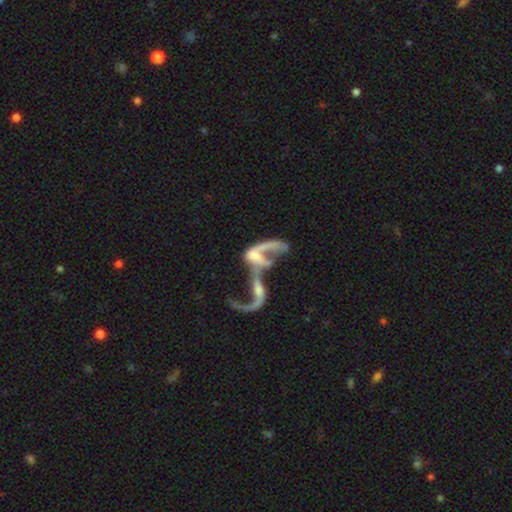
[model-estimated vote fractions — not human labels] smooth-or-featured: featured or disk: 69% | smooth: 20% | star or artifact: 11%
  disk-edge-on: no: 92% | yes: 8%
    bar: no: 67% | weak: 22% | strong: 11%
    has-spiral-arms: no: 51% | yes: 49%
    bulge-size: none: 43% | small: 25% | moderate: 24% | large: 6% | dominant: 2%
  merging: merger: 63% | major disturbance: 23% | none: 9% | minor disturbance: 5%